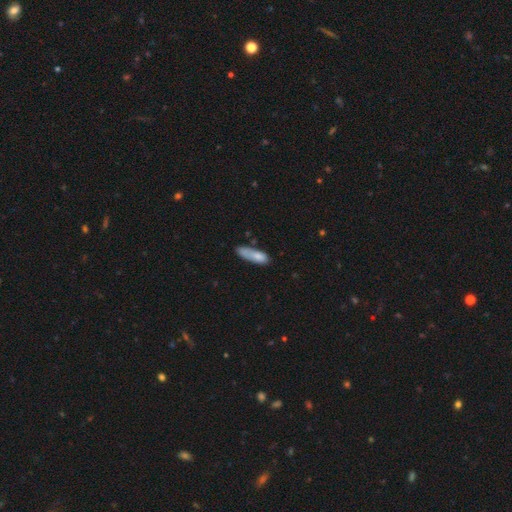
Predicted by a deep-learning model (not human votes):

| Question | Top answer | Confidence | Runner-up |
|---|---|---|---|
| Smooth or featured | smooth | 78% | featured or disk (15%) |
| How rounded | cigar-shaped | 55% | in between (43%) |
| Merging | none | 49% | minor disturbance (28%) |